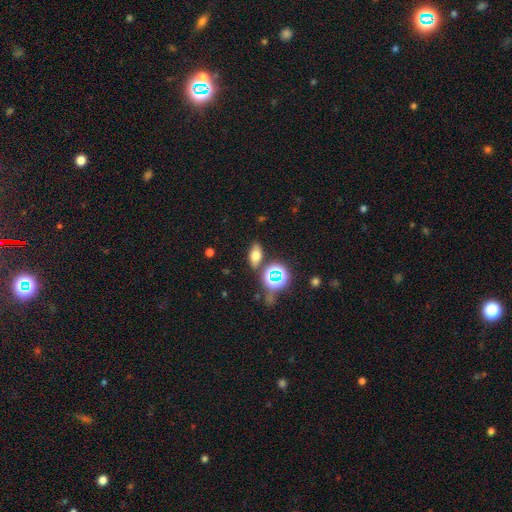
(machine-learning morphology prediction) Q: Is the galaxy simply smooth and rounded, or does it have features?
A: smooth — 63%.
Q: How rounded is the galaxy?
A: in between — 82%.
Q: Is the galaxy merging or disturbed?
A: none — 80%.